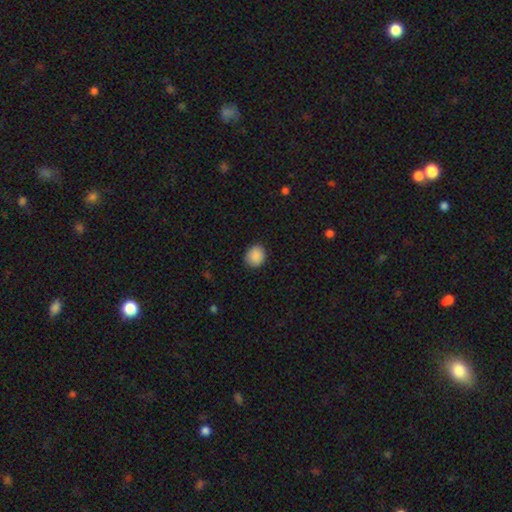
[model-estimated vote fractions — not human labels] Smooth or featured?
  - smooth: 89% *
  - star or artifact: 7%
  - featured or disk: 4%
How rounded?
  - round: 72% *
  - in between: 27%
  - cigar-shaped: 1%
Merging?
  - none: 86% *
  - minor disturbance: 11%
  - major disturbance: 2%
  - merger: 1%